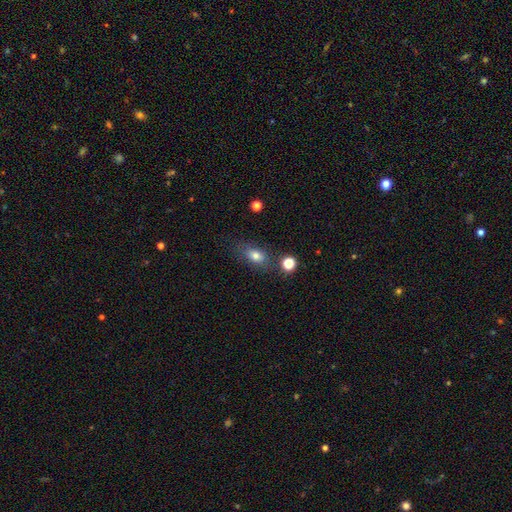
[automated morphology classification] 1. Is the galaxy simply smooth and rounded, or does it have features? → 77% smooth, 12% featured or disk, 11% star or artifact.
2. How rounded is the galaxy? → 76% in between, 19% round, 5% cigar-shaped.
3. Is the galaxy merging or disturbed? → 70% none, 17% minor disturbance, 7% merger, 6% major disturbance.